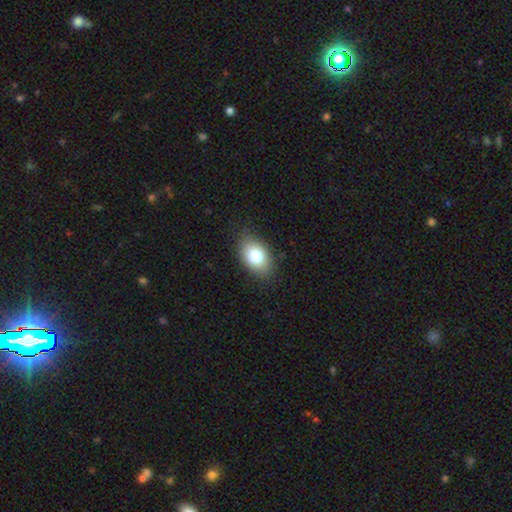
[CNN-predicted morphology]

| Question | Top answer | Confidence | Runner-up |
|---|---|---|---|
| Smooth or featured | smooth | 81% | featured or disk (12%) |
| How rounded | in between | 89% | round (9%) |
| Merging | none | 81% | minor disturbance (15%) |